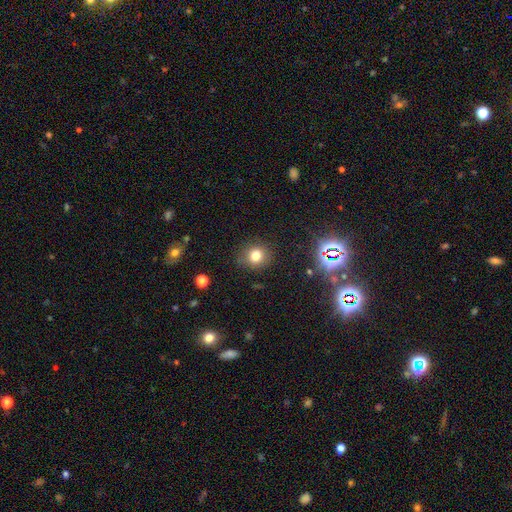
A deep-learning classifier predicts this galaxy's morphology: The model was most divided on "how rounded": round: 80%, in between: 19%, cigar-shaped: 1%. More confident: merging — none (85%); smooth or featured — smooth (77%).